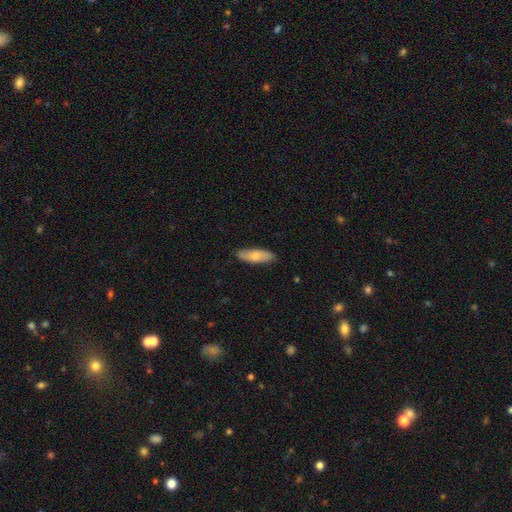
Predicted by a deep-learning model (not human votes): Smooth or featured?
  - smooth: 70% *
  - featured or disk: 24%
  - star or artifact: 5%
How rounded?
  - in between: 60% *
  - cigar-shaped: 38%
  - round: 2%
Merging?
  - none: 84% *
  - minor disturbance: 13%
  - major disturbance: 2%
  - merger: 1%